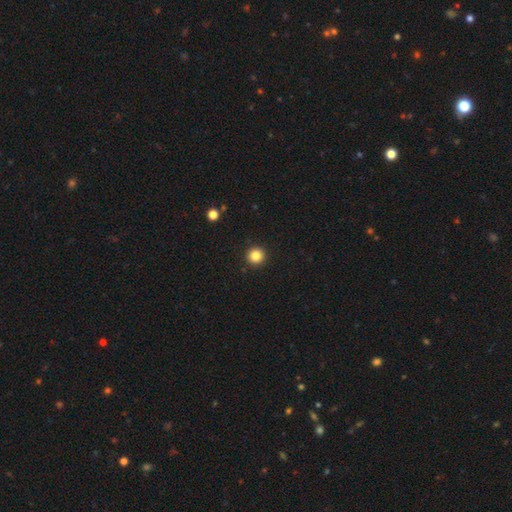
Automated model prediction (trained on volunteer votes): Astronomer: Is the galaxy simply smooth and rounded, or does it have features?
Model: smooth — 85%.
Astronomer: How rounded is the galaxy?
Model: round — 96%.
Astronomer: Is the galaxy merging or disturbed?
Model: none — 93%.